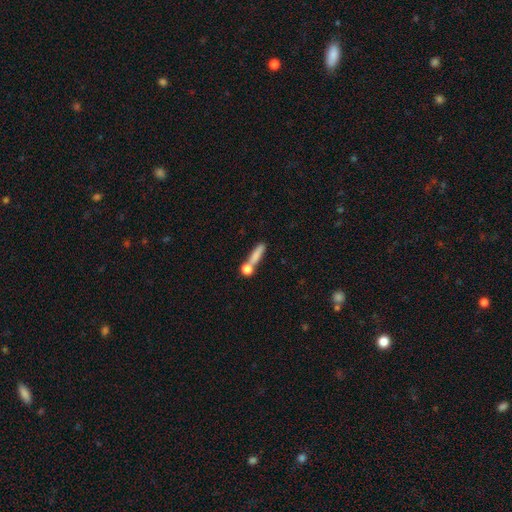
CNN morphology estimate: Smooth or featured?
  - smooth: 75% *
  - featured or disk: 16%
  - star or artifact: 9%
How rounded?
  - cigar-shaped: 65% *
  - in between: 20%
  - round: 15%
Merging?
  - none: 52% *
  - merger: 29%
  - minor disturbance: 12%
  - major disturbance: 8%